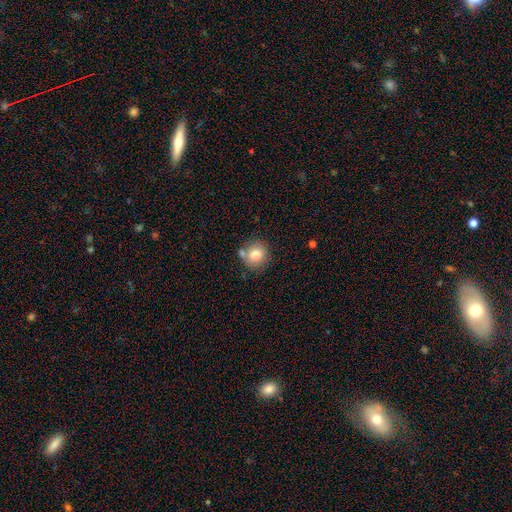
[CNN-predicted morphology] A smooth galaxy with no disk features (76%) that is round (89%). Merging: none (69%).